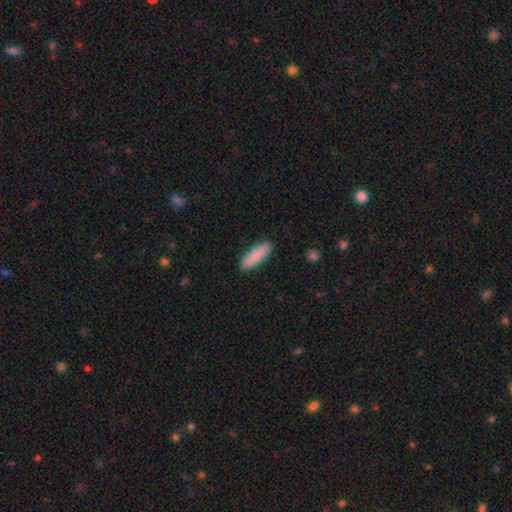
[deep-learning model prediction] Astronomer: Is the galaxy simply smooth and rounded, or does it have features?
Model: smooth — 87%.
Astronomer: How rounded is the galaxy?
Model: in between — 54% (runner-up: cigar-shaped, 45%).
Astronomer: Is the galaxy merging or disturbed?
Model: none — 89%.